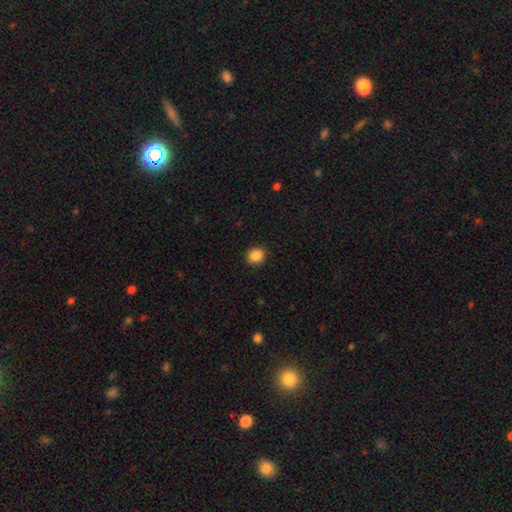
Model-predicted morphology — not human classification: This appears to be a smooth galaxy with no disk features (87%) that is round (79%). Merging: none (91%).